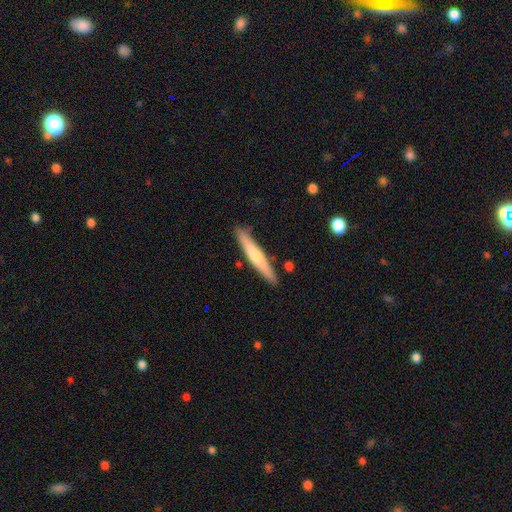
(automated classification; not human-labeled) A smooth galaxy with no disk features (57%) that is cigar-shaped (94%). Merging: none (87%).